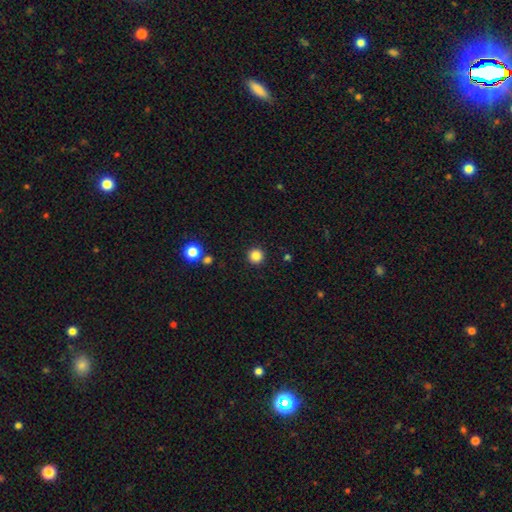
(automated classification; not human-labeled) Smooth or featured?
  - smooth: 85% *
  - star or artifact: 12%
  - featured or disk: 3%
How rounded?
  - round: 96% *
  - in between: 3%
  - cigar-shaped: 1%
Merging?
  - none: 92% *
  - minor disturbance: 4%
  - major disturbance: 2%
  - merger: 2%